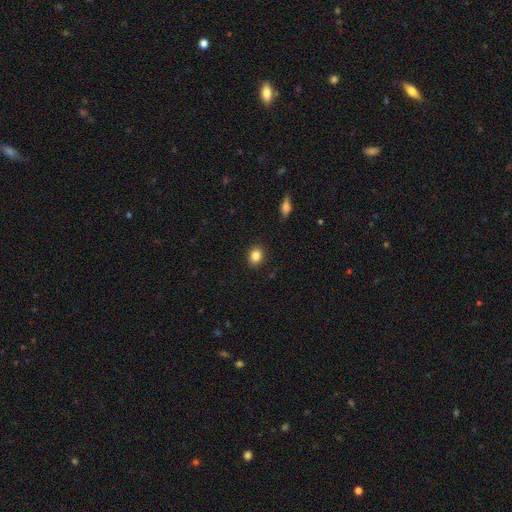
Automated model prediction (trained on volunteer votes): smooth-or-featured: smooth: 85% | star or artifact: 9% | featured or disk: 6%
  how-rounded: in between: 51% | round: 48% | cigar-shaped: 1%
  merging: none: 89% | minor disturbance: 8% | major disturbance: 2% | merger: 1%